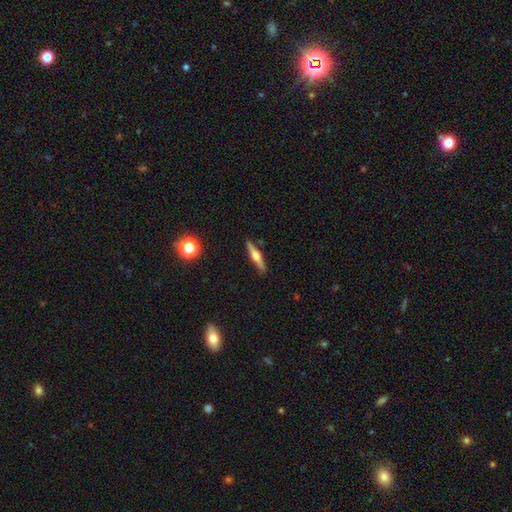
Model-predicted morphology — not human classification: Smooth or featured? Predicted: featured or disk (p=0.61). Edge-on disk? Predicted: yes (p=0.97). Edge-on bulge? Predicted: rounded (p=0.92). Merging? Predicted: none (p=0.90).